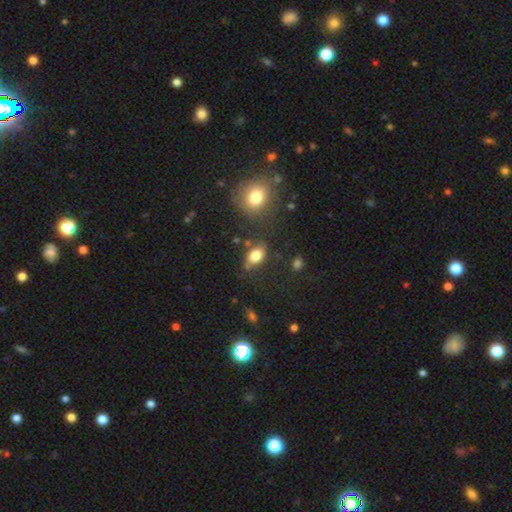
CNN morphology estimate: Smooth or featured: smooth — 81% (star or artifact — 9%)
How rounded: in between — 83% (round — 15%)
Merging: none — 70% (minor disturbance — 18%)